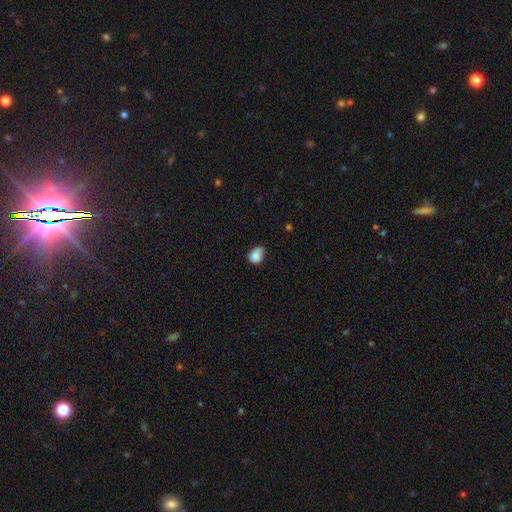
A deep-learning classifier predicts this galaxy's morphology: Smooth or featured?
  - smooth: 82% *
  - star or artifact: 9%
  - featured or disk: 9%
How rounded?
  - in between: 62% *
  - round: 36%
  - cigar-shaped: 1%
Merging?
  - none: 47% *
  - minor disturbance: 39%
  - major disturbance: 10%
  - merger: 5%